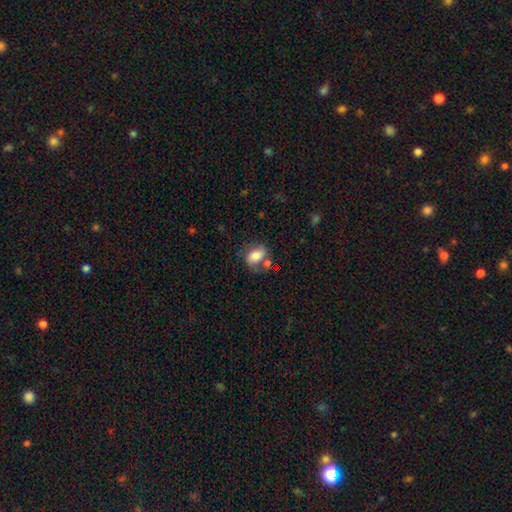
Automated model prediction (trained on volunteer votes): Overall: smooth (72%). How rounded: in between (80%). Merging: none (51%; minor disturbance 22%).